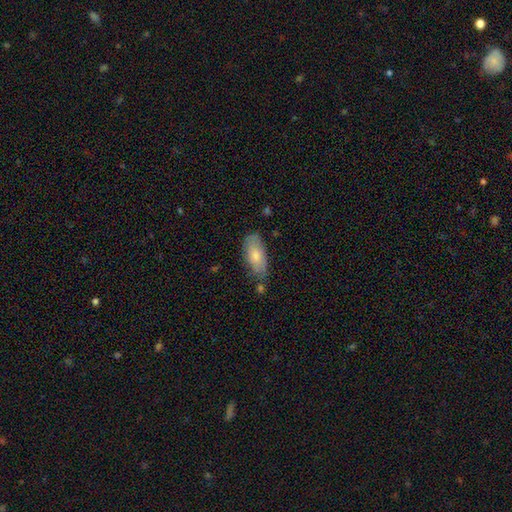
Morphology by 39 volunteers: Overall: smooth (82%). How rounded: in between (81%). Merging: none (68%).